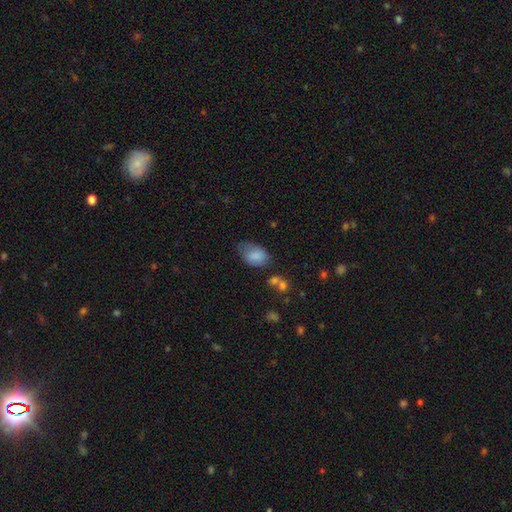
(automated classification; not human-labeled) Overall: smooth (83%). How rounded: in between (85%). Merging: none (48%; minor disturbance 35%).